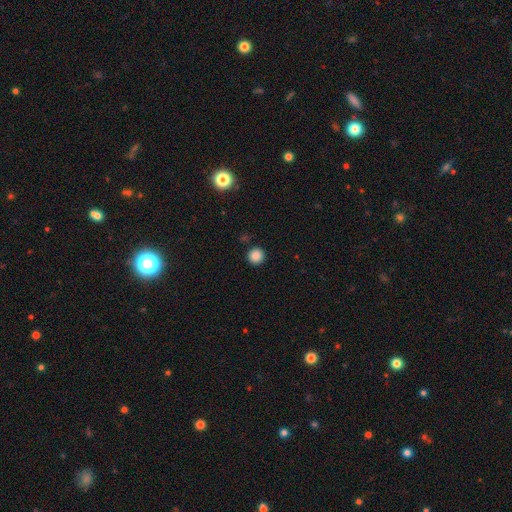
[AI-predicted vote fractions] This is clearly a smooth galaxy (87%). How rounded: clearly round (95%). Merging: clearly none (91%).